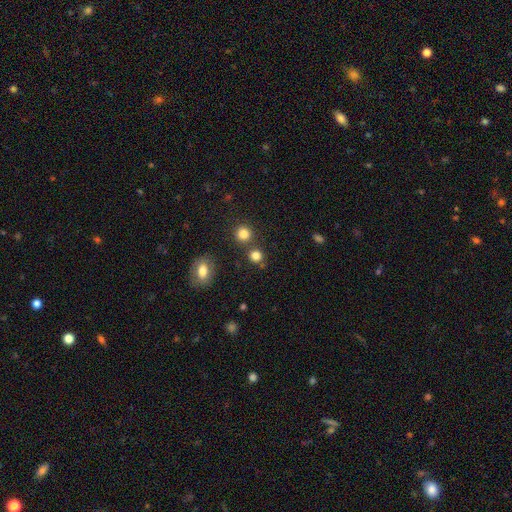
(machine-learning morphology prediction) This is clearly a smooth galaxy (81%). How rounded: clearly round (88%). Merging: likely none (77%).